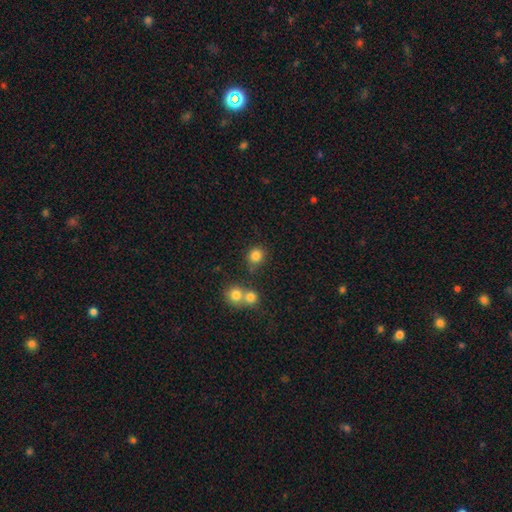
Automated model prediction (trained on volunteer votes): Smooth or featured? Predicted: smooth (p=0.83). How rounded? Predicted: round (p=0.85). Merging? Predicted: none (p=0.75).